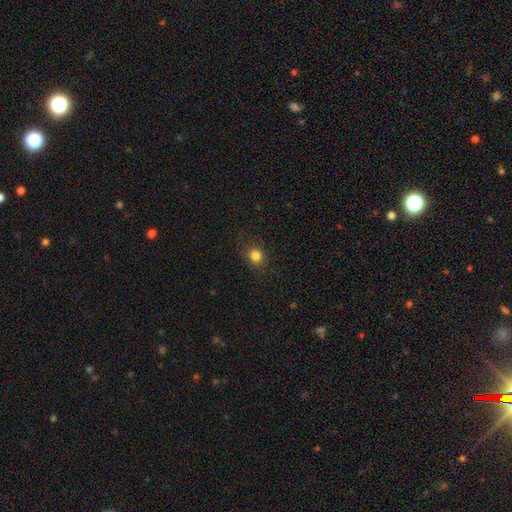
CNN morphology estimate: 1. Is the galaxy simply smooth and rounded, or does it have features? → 82% smooth, 13% star or artifact, 5% featured or disk.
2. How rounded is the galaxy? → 77% round, 22% in between, 1% cigar-shaped.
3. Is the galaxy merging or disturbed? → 81% none, 13% minor disturbance, 5% major disturbance, 1% merger.